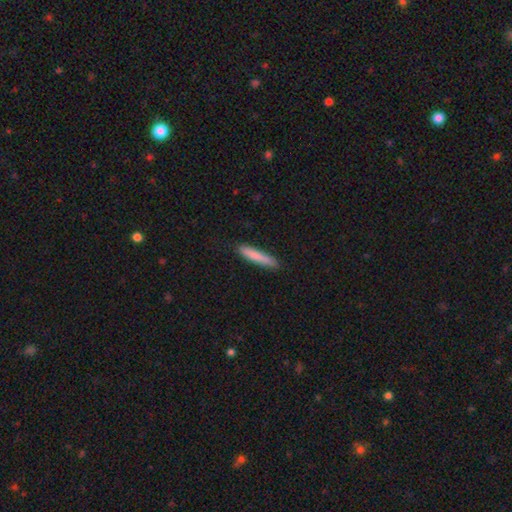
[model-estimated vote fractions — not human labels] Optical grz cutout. It shows a smooth galaxy with no disk features (82%) that is cigar-shaped (91%). Merging: none (87%).